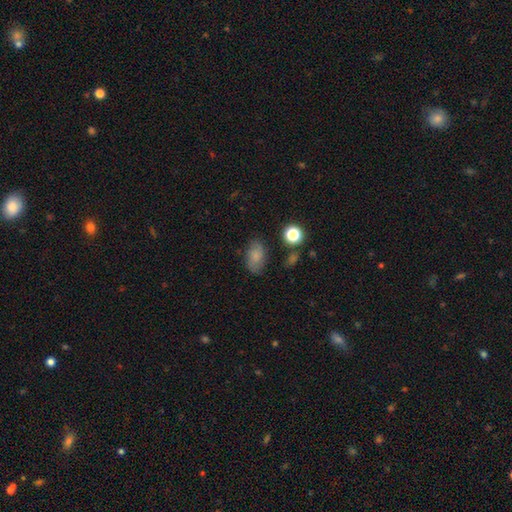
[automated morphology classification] Smooth or featured? smooth (66%)
How rounded? in between (86%)
Merging? none (72%)